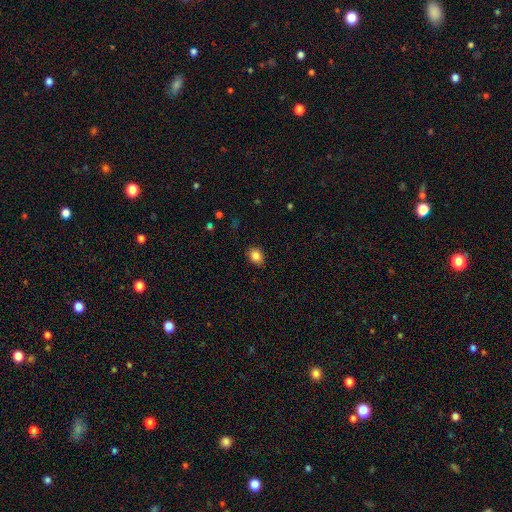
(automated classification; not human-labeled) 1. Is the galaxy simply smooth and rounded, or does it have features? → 86% smooth, 10% star or artifact, 5% featured or disk.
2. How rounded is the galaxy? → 51% in between, 48% round, 1% cigar-shaped.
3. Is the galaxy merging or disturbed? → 88% none, 9% minor disturbance, 2% major disturbance, 1% merger.